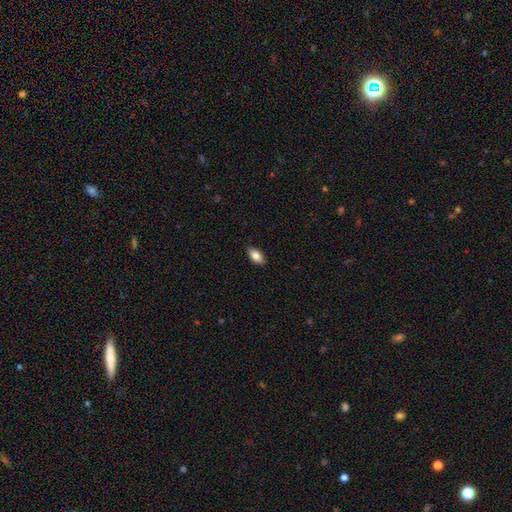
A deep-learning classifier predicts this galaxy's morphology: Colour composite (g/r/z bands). It shows a smooth galaxy with no disk features (83%) that is in between round and cigar-shaped (91%). Merging: none (88%).